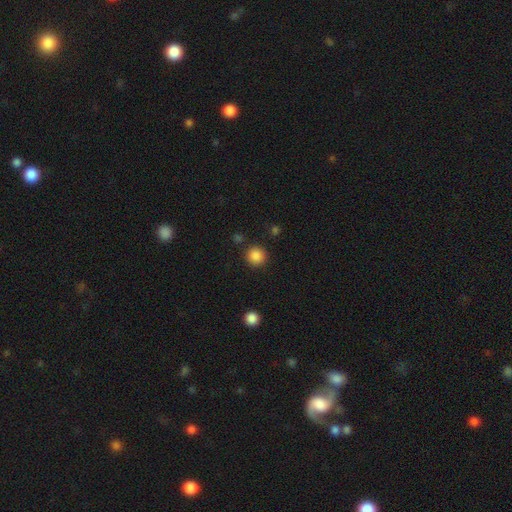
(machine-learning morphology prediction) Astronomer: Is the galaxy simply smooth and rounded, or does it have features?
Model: smooth — 87%.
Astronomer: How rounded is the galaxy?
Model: round — 93%.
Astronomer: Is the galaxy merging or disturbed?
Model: none — 89%.